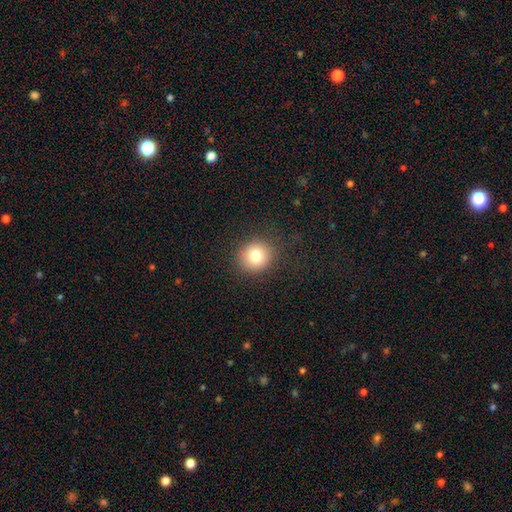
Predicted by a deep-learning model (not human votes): Smooth or featured? Predicted: smooth (p=0.78). How rounded? Predicted: round (p=0.88). Merging? Predicted: none (p=0.88).